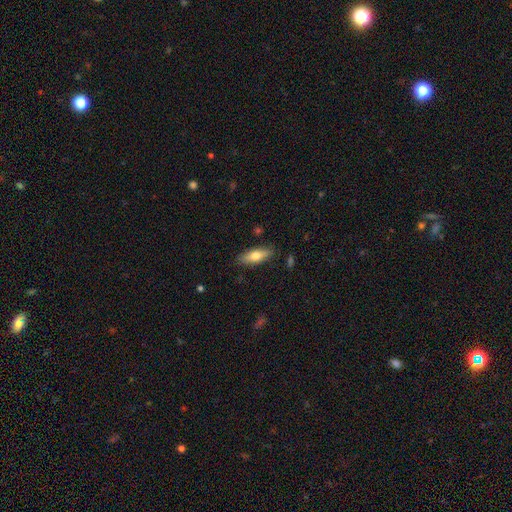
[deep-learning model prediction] This appears to be a smooth galaxy with no disk features (67%) that is in between round and cigar-shaped (58%). Merging: none (86%).